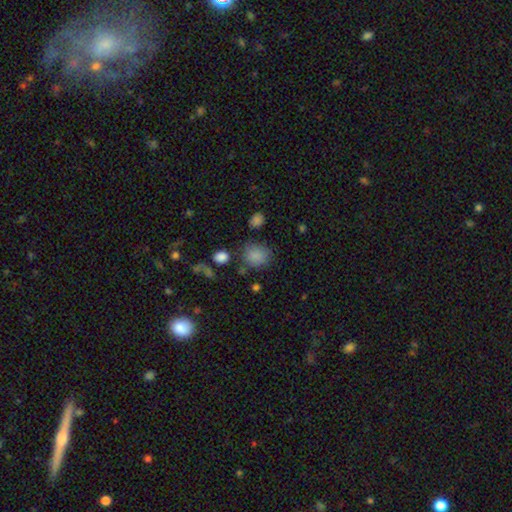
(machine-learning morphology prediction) Smooth or featured? Predicted: smooth (p=0.82). How rounded? Predicted: round (p=0.70). Merging? Predicted: none (p=0.67).